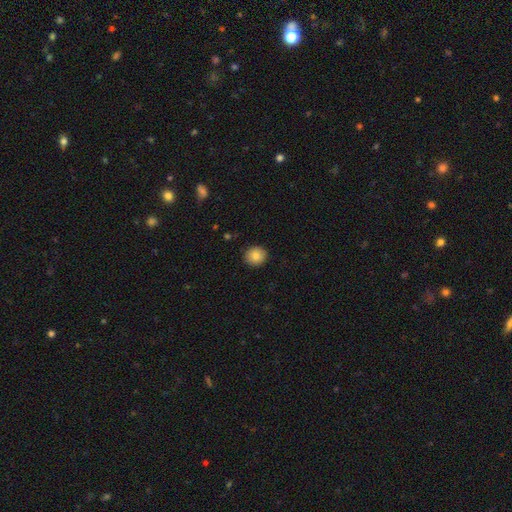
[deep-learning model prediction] A smooth galaxy with no disk features (83%) that is round (86%).

Vote fractions:
- Smooth or featured? smooth: 83% / star or artifact: 9% / featured or disk: 8%
- How rounded? round: 86% / in between: 13% / cigar-shaped: 1%
- Merging? none: 90% / minor disturbance: 7% / major disturbance: 2% / merger: 1%